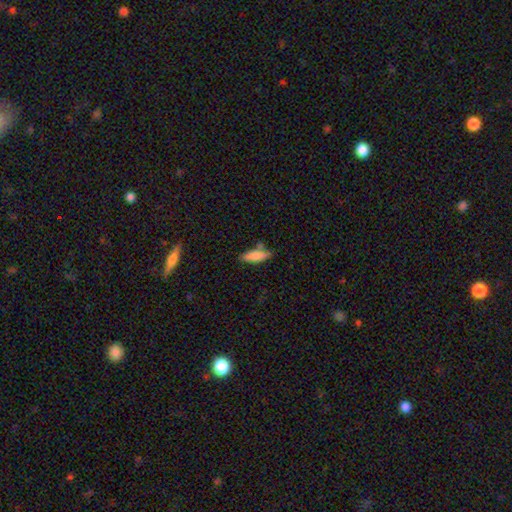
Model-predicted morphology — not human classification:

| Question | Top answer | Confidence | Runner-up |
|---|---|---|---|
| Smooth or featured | smooth | 77% | featured or disk (16%) |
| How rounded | cigar-shaped | 53% | in between (45%) |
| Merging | none | 65% | minor disturbance (19%) |